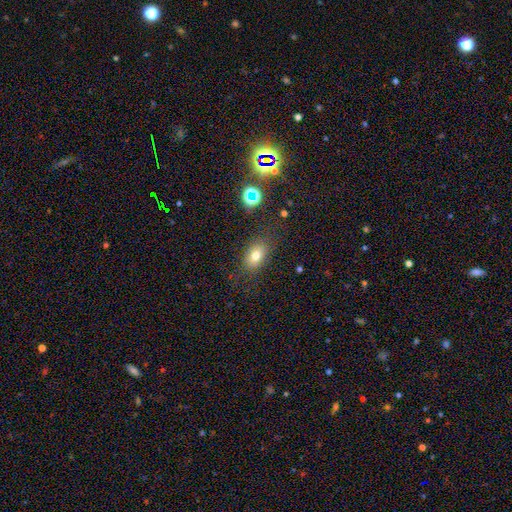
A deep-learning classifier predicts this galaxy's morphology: Q: Smooth or featured?
A: smooth (75%); runner-up: star or artifact (14%)
Q: How rounded?
A: in between (80%); runner-up: round (18%)
Q: Merging?
A: none (78%); runner-up: minor disturbance (14%)